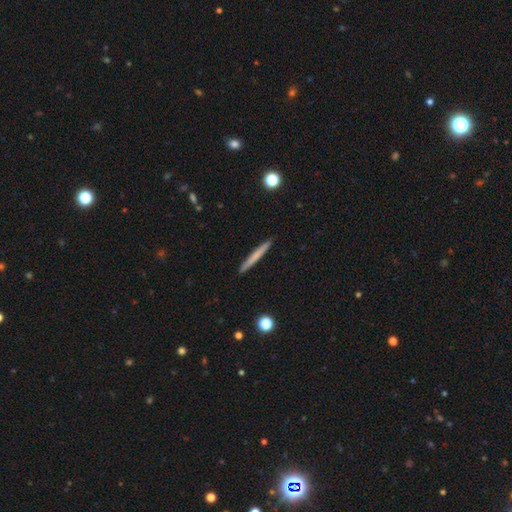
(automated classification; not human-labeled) This is likely a smooth galaxy (64%). How rounded: clearly cigar-shaped (97%). Merging: clearly none (93%).